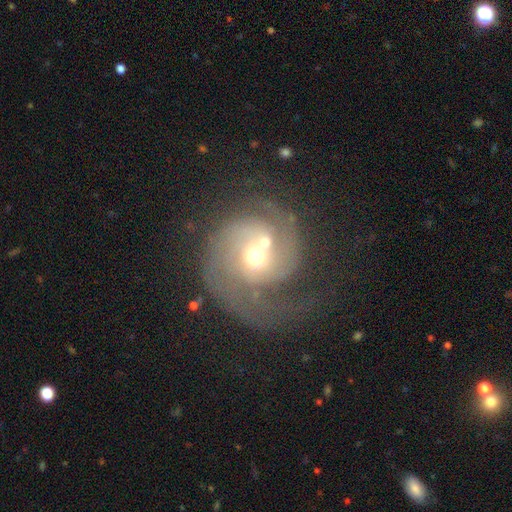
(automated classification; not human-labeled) Overall: featured or disk (83%). Edge-on disk: no (98%). Bar: no (70%). Spiral arms: yes (95%). Spiral arm count: 2 (61%). Spiral winding: medium (43%; tight 39%). Bulge size: moderate (54%; small 39%). Merging: none (41%; merger 29%).